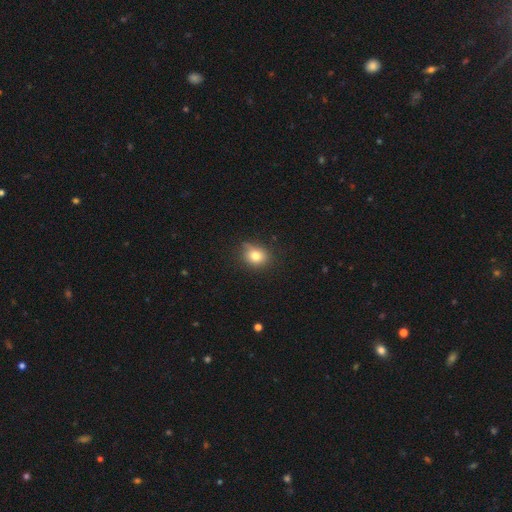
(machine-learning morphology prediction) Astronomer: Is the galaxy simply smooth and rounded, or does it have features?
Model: smooth — 78%.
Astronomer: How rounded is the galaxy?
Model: round — 62%.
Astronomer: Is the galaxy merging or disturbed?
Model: none — 69%.